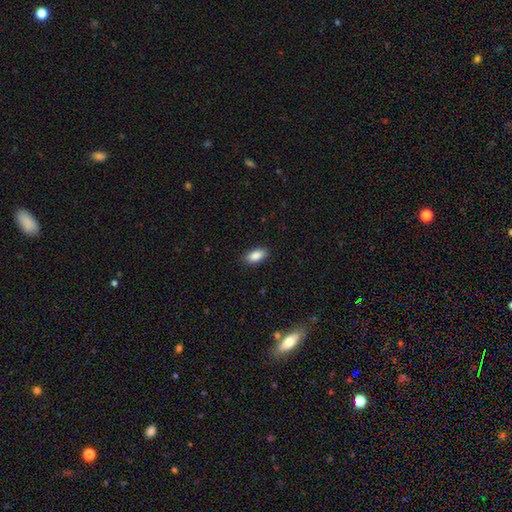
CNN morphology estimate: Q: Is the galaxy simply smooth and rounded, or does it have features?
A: smooth — 88%.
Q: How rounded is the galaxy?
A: in between — 90%.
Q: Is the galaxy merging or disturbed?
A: none — 88%.